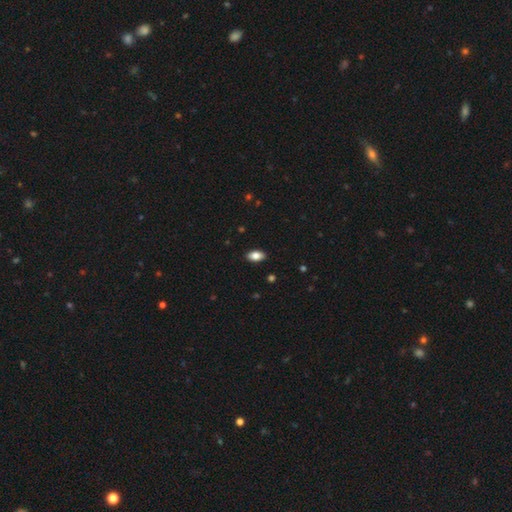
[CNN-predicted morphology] type=smooth (84%); roundness=in between (92%); merging=none (90%).